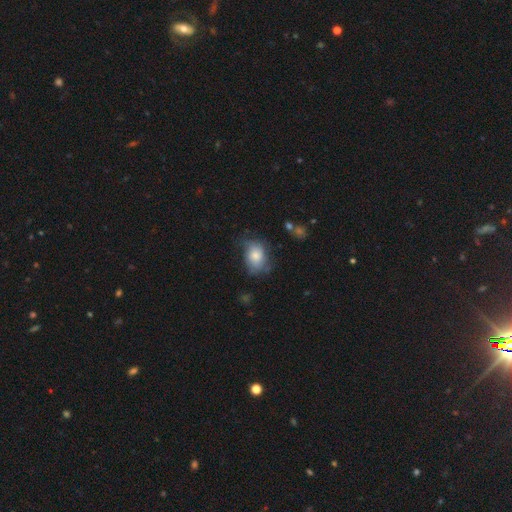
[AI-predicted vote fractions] A smooth galaxy with no disk features (71%) that is in between round and cigar-shaped (67%).

Vote fractions:
- Smooth or featured? smooth: 71% / featured or disk: 22% / star or artifact: 8%
- How rounded? in between: 67% / round: 32% / cigar-shaped: 1%
- Merging? none: 49% / minor disturbance: 33% / major disturbance: 16% / merger: 2%